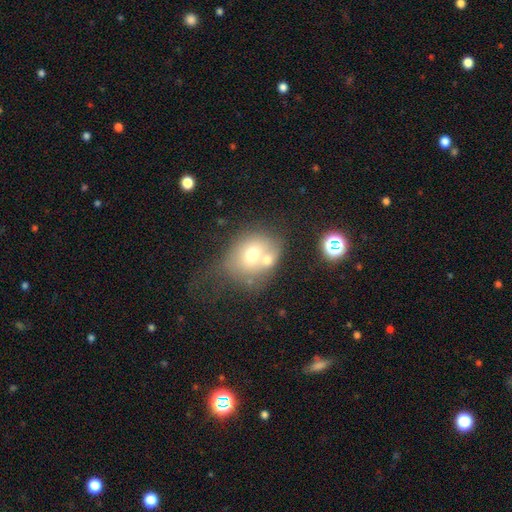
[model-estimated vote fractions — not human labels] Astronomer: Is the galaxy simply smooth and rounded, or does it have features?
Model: smooth — 60%.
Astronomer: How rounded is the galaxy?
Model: round — 56% (runner-up: in between, 43%).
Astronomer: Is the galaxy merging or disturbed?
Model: merger — 42% (runner-up: none, 29%).